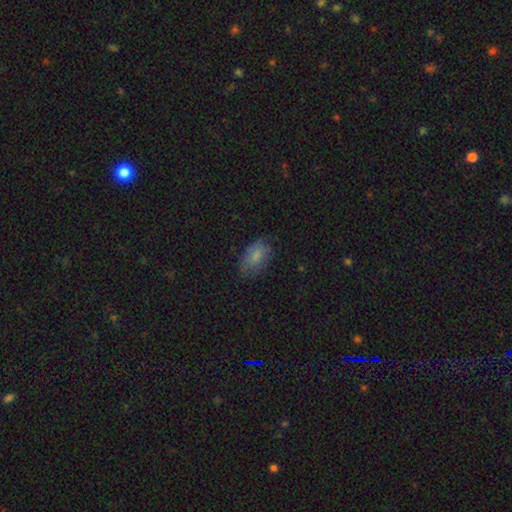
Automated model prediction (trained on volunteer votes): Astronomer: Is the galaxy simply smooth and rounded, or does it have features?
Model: smooth — 76%.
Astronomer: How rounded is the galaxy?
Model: in between — 90%.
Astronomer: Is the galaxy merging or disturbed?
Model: none — 67%.